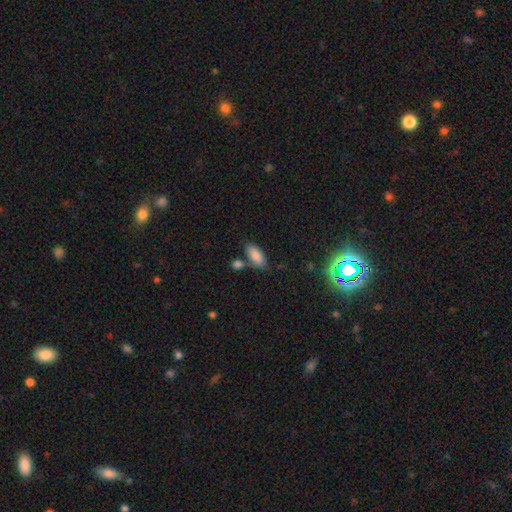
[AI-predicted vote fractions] Q: Smooth or featured?
A: smooth (86%); runner-up: star or artifact (8%)
Q: How rounded?
A: in between (89%); runner-up: cigar-shaped (8%)
Q: Merging?
A: none (63%); runner-up: merger (18%)